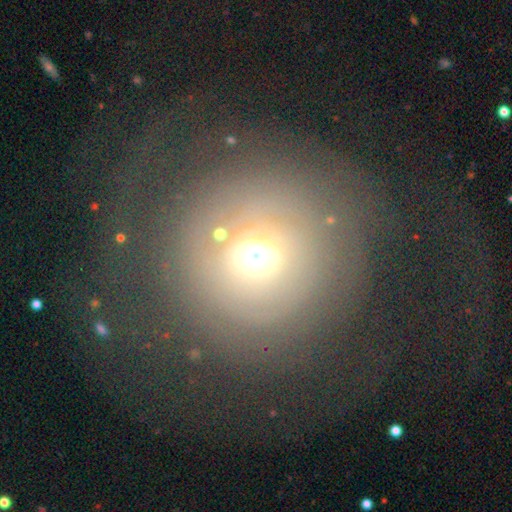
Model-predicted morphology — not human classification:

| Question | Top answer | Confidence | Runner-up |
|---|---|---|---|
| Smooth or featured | smooth | 50% | featured or disk (30%) |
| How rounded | round | 90% | in between (9%) |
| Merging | none | 71% | minor disturbance (13%) |